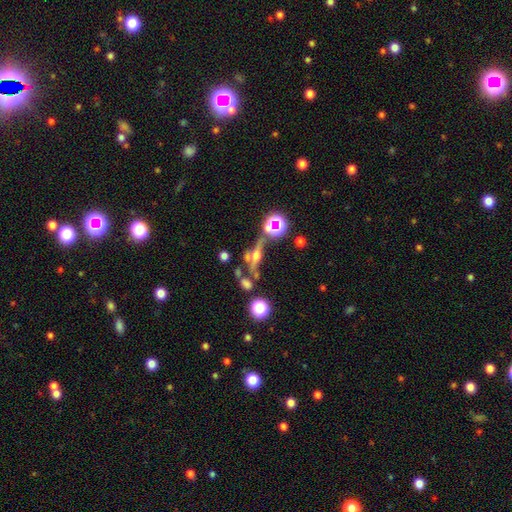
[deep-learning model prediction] This appears to be a featured or disk galaxy (56%) viewed edge-on (72%). Merging: none (46%).